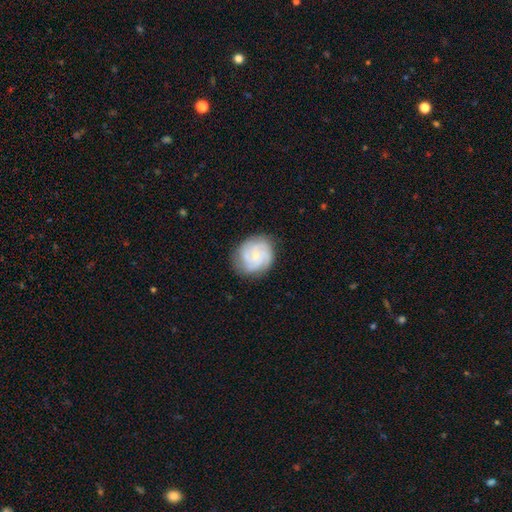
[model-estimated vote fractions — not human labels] Morphology: type=featured or disk (76%); edge-on=no (98%); bar=no (75%); spiral arms=yes (97%); winding=tight (65%); arm count=3 (40%); bulge=small (70%); merging=none (80%).